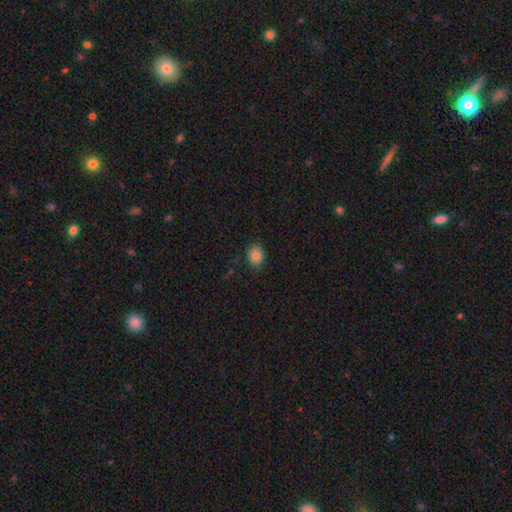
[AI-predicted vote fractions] smooth 83%, star or artifact 10%, featured or disk 6%. Down the decision tree: how rounded — in between (57%); merging — none (84%).